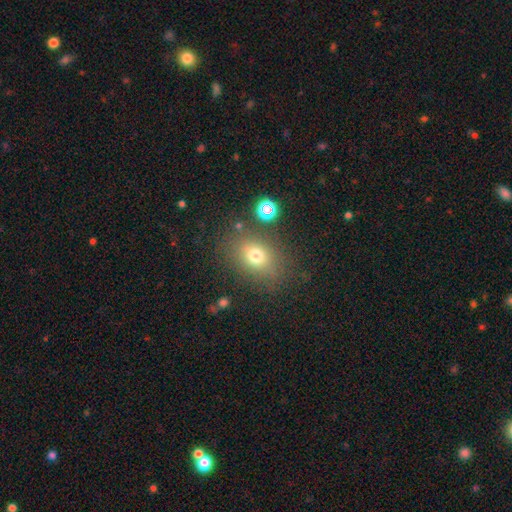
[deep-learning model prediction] smooth 72%, star or artifact 16%, featured or disk 12%. Down the decision tree: how rounded — in between (58%); merging — none (76%).